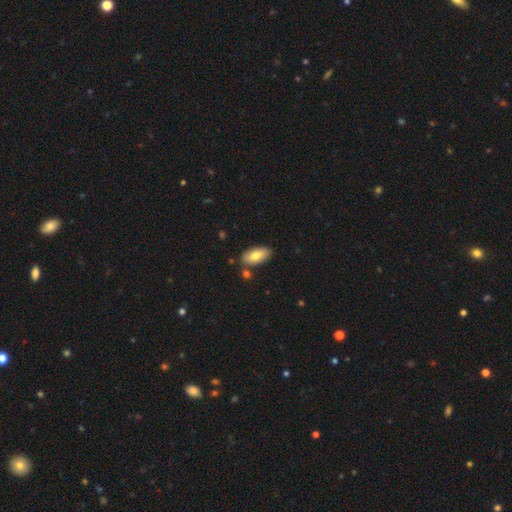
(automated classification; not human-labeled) Overall: smooth (78%). How rounded: in between (90%). Merging: none (82%).